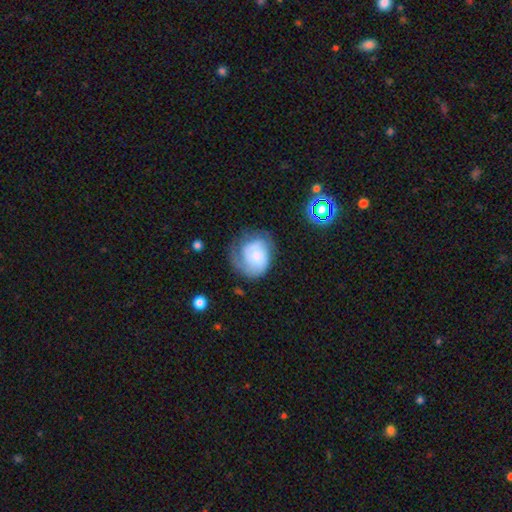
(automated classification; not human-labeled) The model was most divided on "bulge size": small: 39%, moderate: 26%, large: 16%, none: 15%, dominant: 5%. Remaining: edge-on disk — no (98%); spiral arms — yes (84%); bar — no (75%); smooth or featured — featured or disk (56%); merging — none (45%).